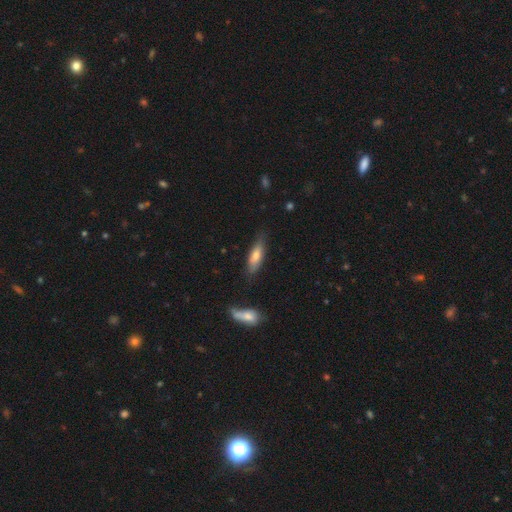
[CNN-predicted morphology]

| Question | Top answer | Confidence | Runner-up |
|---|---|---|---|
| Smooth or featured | smooth | 67% | featured or disk (26%) |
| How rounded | cigar-shaped | 53% | in between (45%) |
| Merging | none | 75% | minor disturbance (17%) |